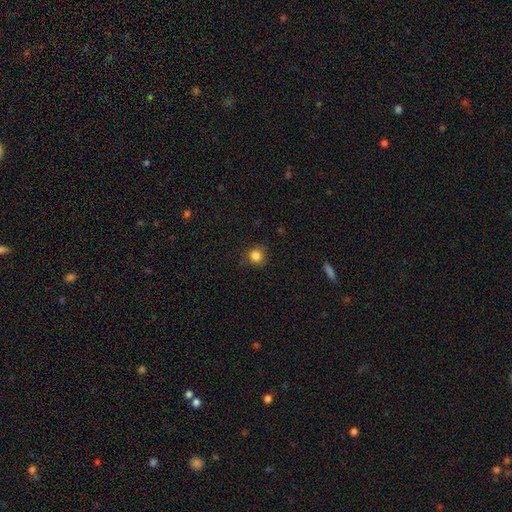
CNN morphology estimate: Smooth or featured? Predicted: smooth (p=0.84). How rounded? Predicted: round (p=0.90). Merging? Predicted: none (p=0.84).